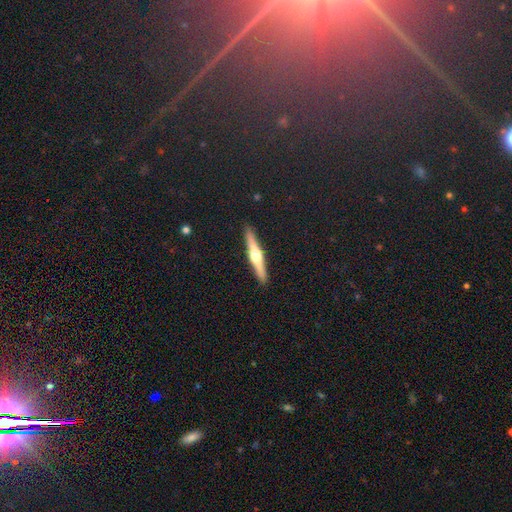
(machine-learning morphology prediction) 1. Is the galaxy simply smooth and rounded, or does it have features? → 70% featured or disk, 24% smooth, 6% star or artifact.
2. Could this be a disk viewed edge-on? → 97% yes, 3% no.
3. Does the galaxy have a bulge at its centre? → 93% rounded, 4% boxy, 3% none.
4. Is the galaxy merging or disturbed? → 92% none, 6% minor disturbance, 1% major disturbance, 1% merger.